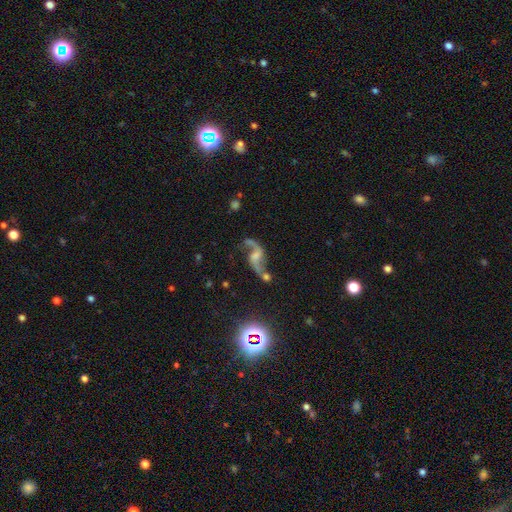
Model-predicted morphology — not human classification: This appears to be a featured or disk galaxy (84%) with no bar (46%), 2 (93%) loose (87%) spiral arms (96%) and a small central bulge (33%). Merging: none (63%).